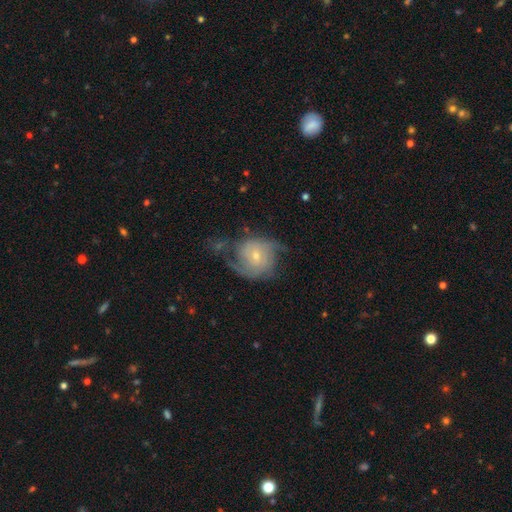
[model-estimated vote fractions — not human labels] smooth_or_featured: featured or disk (p=0.77) [alt: smooth p=0.17]
disk_edge_on: no (p=0.97) [alt: yes p=0.03]
bar: no (p=0.64) [alt: weak p=0.30]
has_spiral_arms: yes (p=0.92) [alt: no p=0.08]
spiral_winding: medium (p=0.39) [alt: tight p=0.34]
spiral_arm_count: 2 (p=0.58) [alt: can't tell p=0.20]
bulge_size: small (p=0.66) [alt: moderate p=0.30]
merging: none (p=0.49) [alt: major disturbance p=0.24]